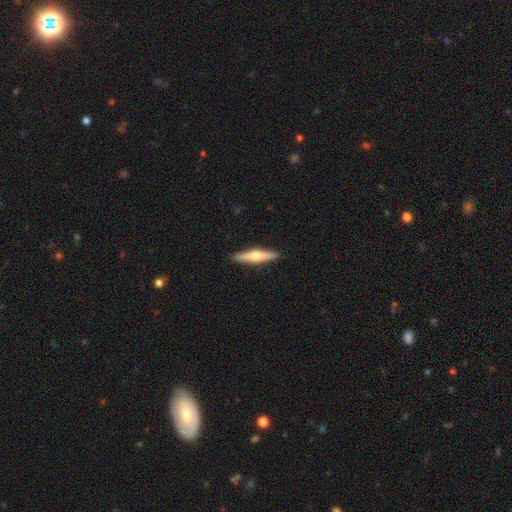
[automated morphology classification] A featured or disk galaxy (50%). Merging: none (91%).